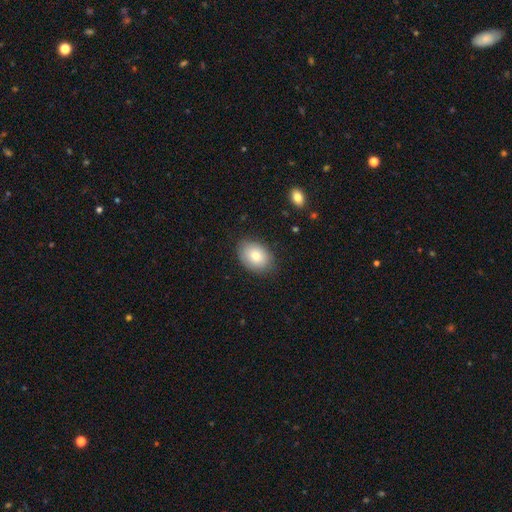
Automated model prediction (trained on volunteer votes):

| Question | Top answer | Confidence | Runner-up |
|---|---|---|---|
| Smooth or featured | smooth | 79% | featured or disk (13%) |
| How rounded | in between | 75% | round (24%) |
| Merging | none | 84% | minor disturbance (12%) |